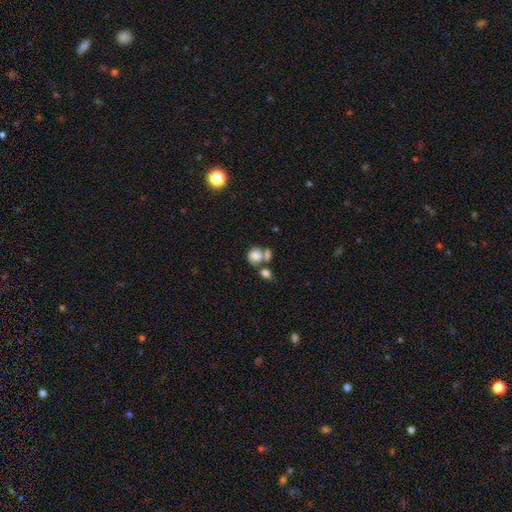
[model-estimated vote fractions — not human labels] A smooth galaxy with no disk features (74%) that is round (64%).

Vote fractions:
- Smooth or featured? smooth: 74% / featured or disk: 16% / star or artifact: 10%
- How rounded? round: 64% / in between: 35% / cigar-shaped: 1%
- Merging? merger: 46% / none: 31% / minor disturbance: 13% / major disturbance: 9%